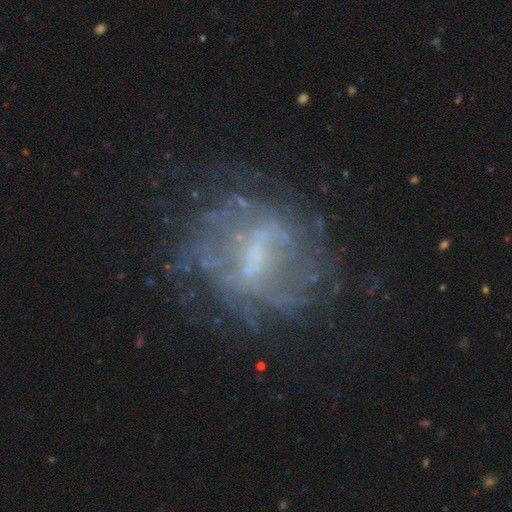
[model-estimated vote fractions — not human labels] A featured or disk galaxy (70%) with a weak bar (47%), no spiral arms (54%) and a small central bulge (47%).

Vote fractions:
- Smooth or featured? featured or disk: 70% / smooth: 15% / star or artifact: 15%
- Edge-on disk? no: 97% / yes: 3%
- Bar? weak: 47% / no: 30% / strong: 23%
- Spiral arms? no: 54% / yes: 46%
- Bulge size? small: 47% / none: 31% / moderate: 19% / large: 2% / dominant: 1%
- Merging? none: 61% / major disturbance: 20% / minor disturbance: 16% / merger: 3%